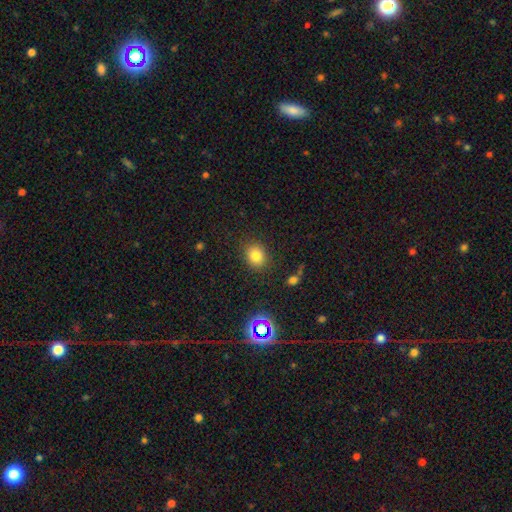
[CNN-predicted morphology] smooth-or-featured: smooth: 79% | star or artifact: 14% | featured or disk: 7%
  how-rounded: round: 64% | in between: 35% | cigar-shaped: 1%
  merging: none: 86% | minor disturbance: 9% | major disturbance: 3% | merger: 2%